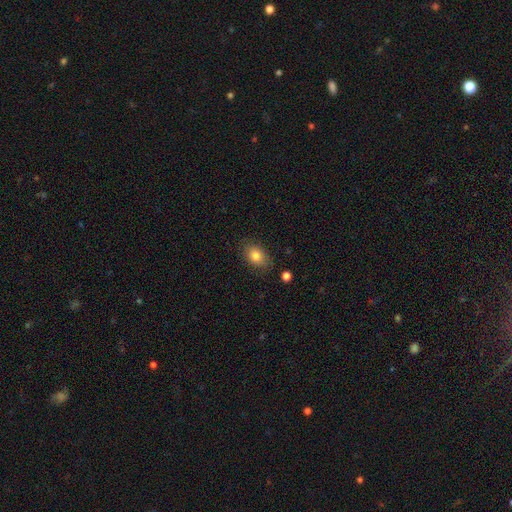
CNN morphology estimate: Smooth or featured? smooth (81%)
How rounded? in between (77%)
Merging? none (80%)